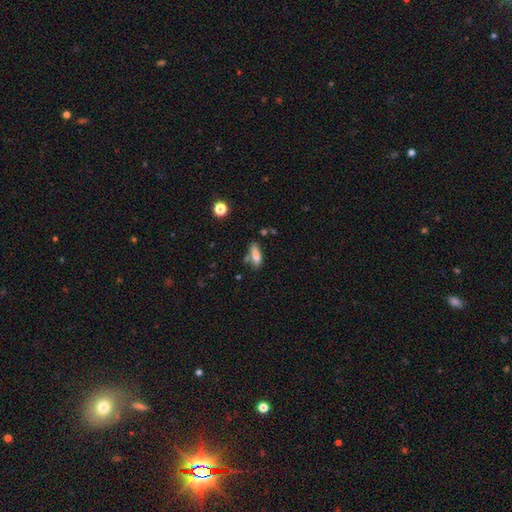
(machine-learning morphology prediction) This is clearly a smooth galaxy (80%). How rounded: possibly in between (60%). Merging: possibly none (58%).